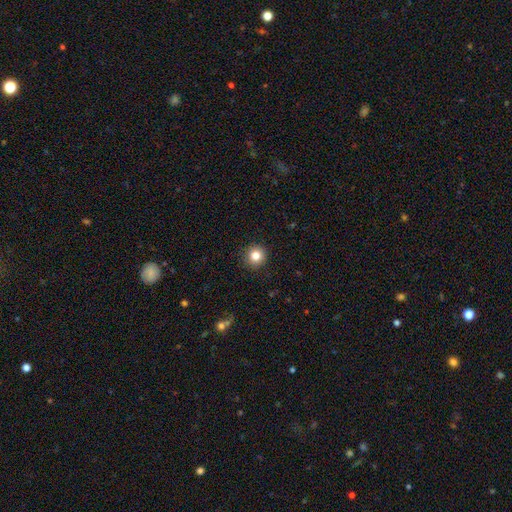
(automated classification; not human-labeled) A smooth galaxy with no disk features (82%) that is round (94%). Merging: none (92%).